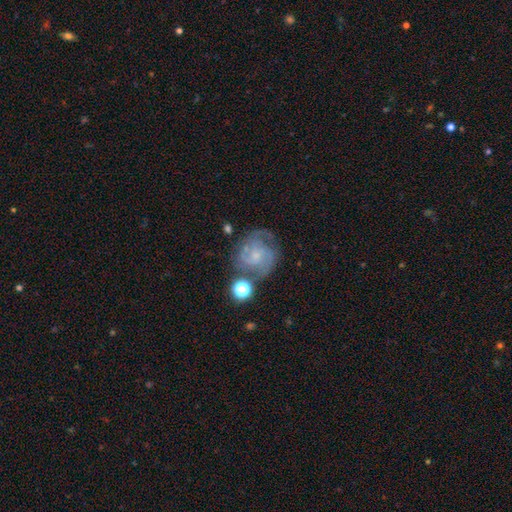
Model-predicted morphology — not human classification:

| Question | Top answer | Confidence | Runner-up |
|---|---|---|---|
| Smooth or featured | featured or disk | 77% | smooth (15%) |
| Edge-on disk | no | 98% | yes (2%) |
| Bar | no | 65% | weak (30%) |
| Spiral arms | yes | 94% | no (6%) |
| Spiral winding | tight | 45% | medium (43%) |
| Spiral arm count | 2 | 39% | 3 (25%) |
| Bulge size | small | 71% | moderate (15%) |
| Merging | none | 64% | minor disturbance (19%) |